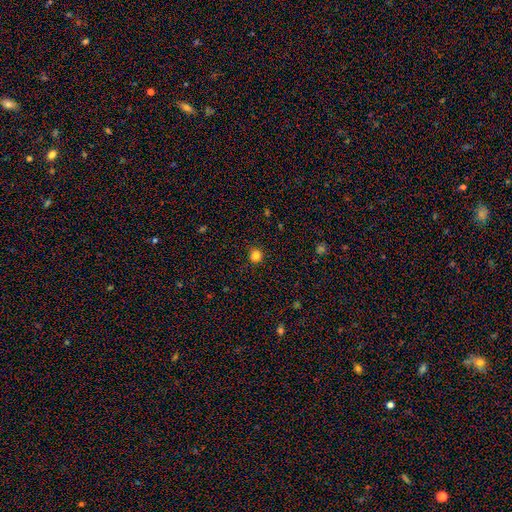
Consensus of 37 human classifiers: smooth 92%, featured or disk 5%, star or artifact 3%. Down the decision tree: how rounded — round (97%); merging — none (100%).